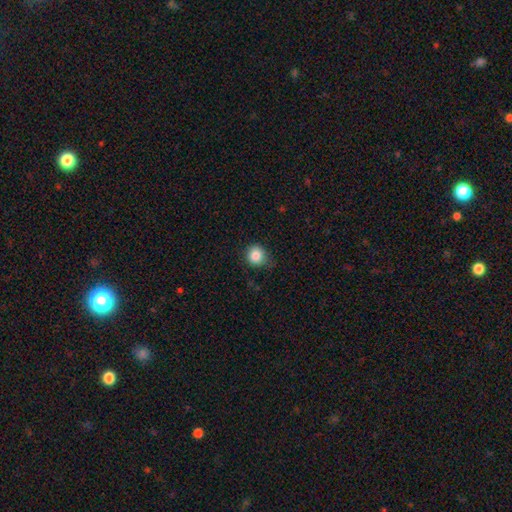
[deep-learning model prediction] A smooth galaxy with no disk features (85%) that is round (85%).

Vote fractions:
- Smooth or featured? smooth: 85% / star or artifact: 10% / featured or disk: 5%
- How rounded? round: 85% / in between: 14% / cigar-shaped: 1%
- Merging? none: 69% / minor disturbance: 25% / major disturbance: 5% / merger: 1%